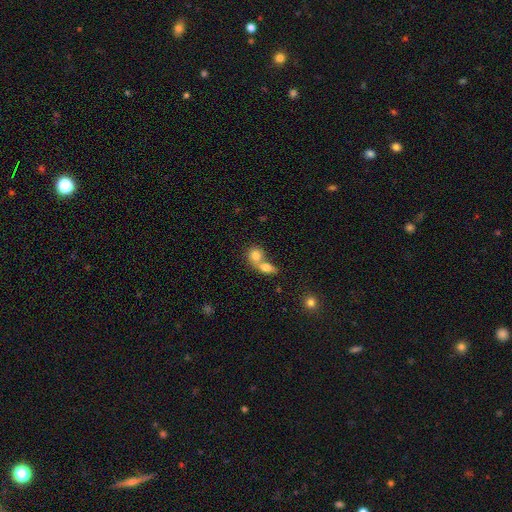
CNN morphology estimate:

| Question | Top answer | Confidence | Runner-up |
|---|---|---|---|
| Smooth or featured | smooth | 79% | featured or disk (13%) |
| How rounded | round | 62% | in between (36%) |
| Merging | merger | 67% | none (25%) |